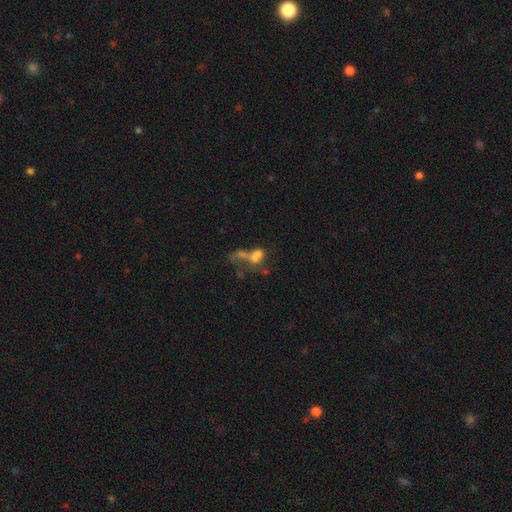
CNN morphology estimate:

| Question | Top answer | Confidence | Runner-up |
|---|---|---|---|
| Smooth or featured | smooth | 45% | featured or disk (35%) |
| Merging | merger | 50% | major disturbance (25%) |